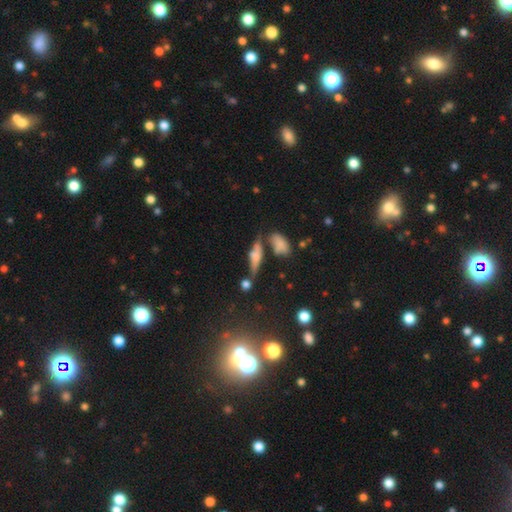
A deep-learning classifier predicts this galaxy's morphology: This is possibly a featured or disk galaxy (49%). Merging: possibly none (58%).